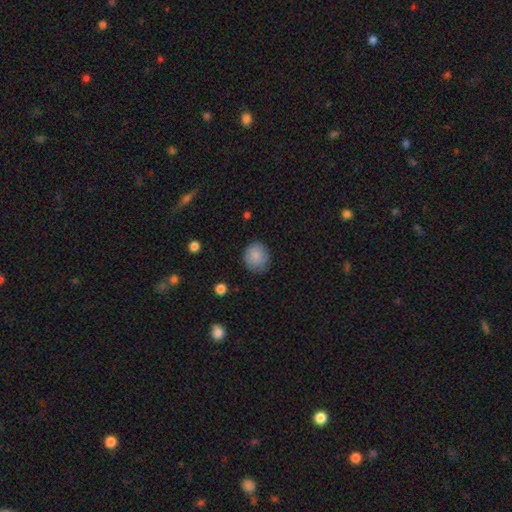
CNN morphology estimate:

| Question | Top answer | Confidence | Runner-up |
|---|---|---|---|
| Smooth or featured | smooth | 84% | featured or disk (8%) |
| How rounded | round | 80% | in between (19%) |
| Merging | none | 76% | minor disturbance (19%) |